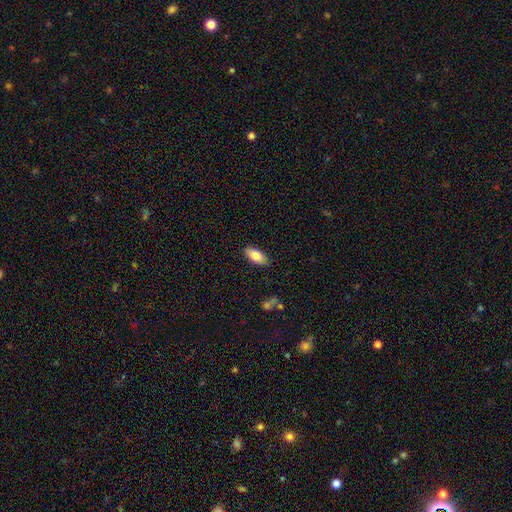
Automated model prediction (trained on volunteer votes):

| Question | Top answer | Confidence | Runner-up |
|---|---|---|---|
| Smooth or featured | smooth | 82% | featured or disk (12%) |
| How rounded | in between | 88% | cigar-shaped (10%) |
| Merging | none | 87% | minor disturbance (9%) |